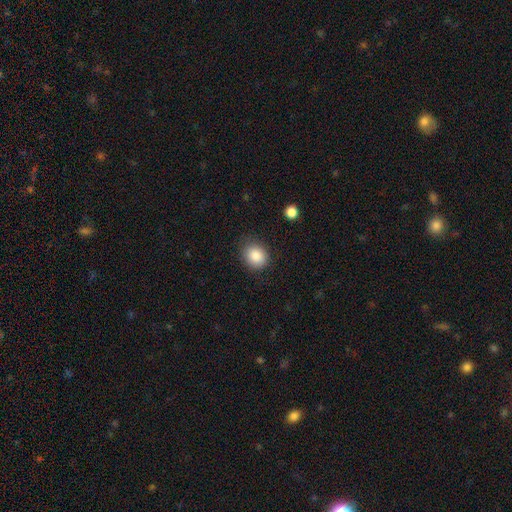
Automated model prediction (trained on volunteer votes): smooth-or-featured: smooth: 86% | star or artifact: 9% | featured or disk: 5%
  how-rounded: round: 71% | in between: 28% | cigar-shaped: 1%
  merging: none: 83% | minor disturbance: 13% | major disturbance: 3% | merger: 1%